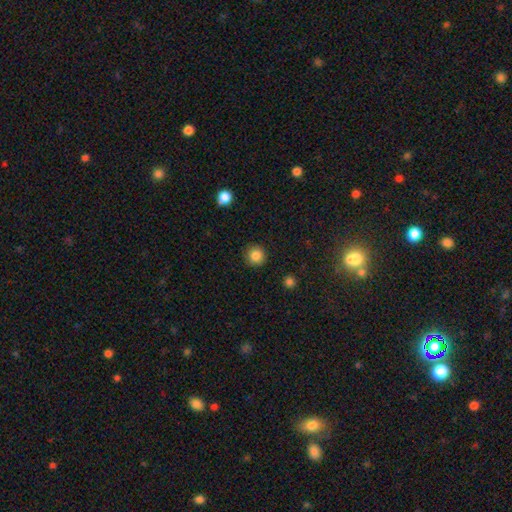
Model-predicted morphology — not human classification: A smooth galaxy with no disk features (85%) that is round (95%). Merging: none (92%).